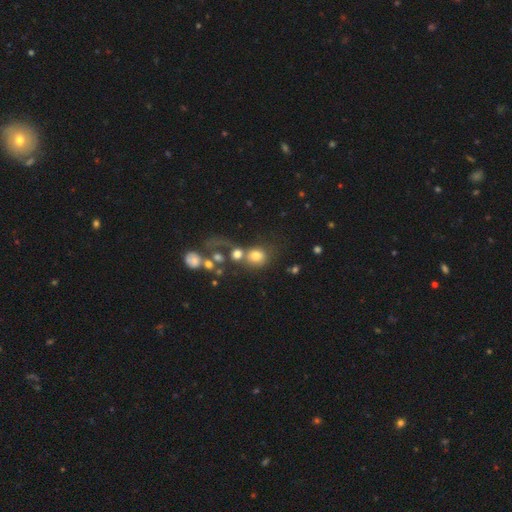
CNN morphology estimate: Smooth or featured?
  - smooth: 69% *
  - featured or disk: 17%
  - star or artifact: 13%
How rounded?
  - round: 75% *
  - in between: 23%
  - cigar-shaped: 1%
Merging?
  - merger: 40% *
  - none: 34%
  - major disturbance: 17%
  - minor disturbance: 10%